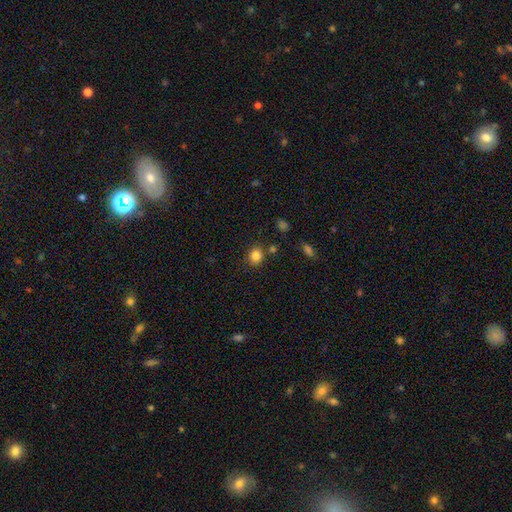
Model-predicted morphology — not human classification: smooth 83%, star or artifact 12%, featured or disk 5%. Down the decision tree: how rounded — round (76%); merging — none (81%).